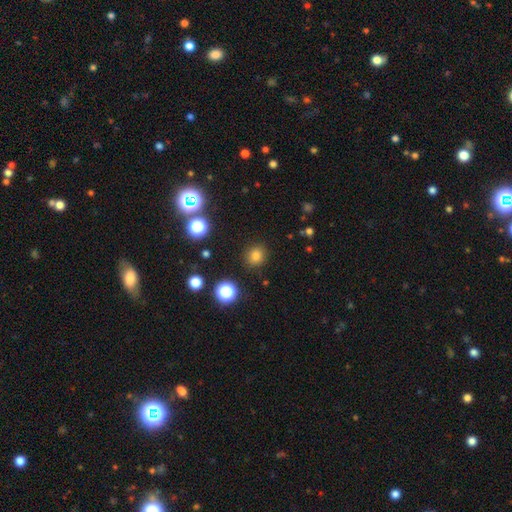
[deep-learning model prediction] Morphology: type=smooth (79%); roundness=round (85%); merging=none (88%).